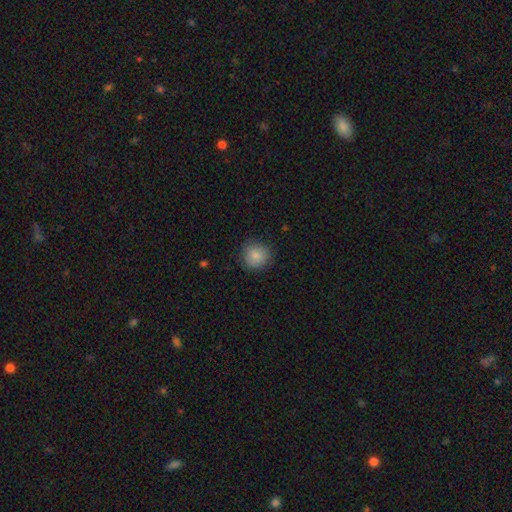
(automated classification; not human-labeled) smooth 85%, star or artifact 9%, featured or disk 6%. Down the decision tree: how rounded — round (91%); merging — none (85%).